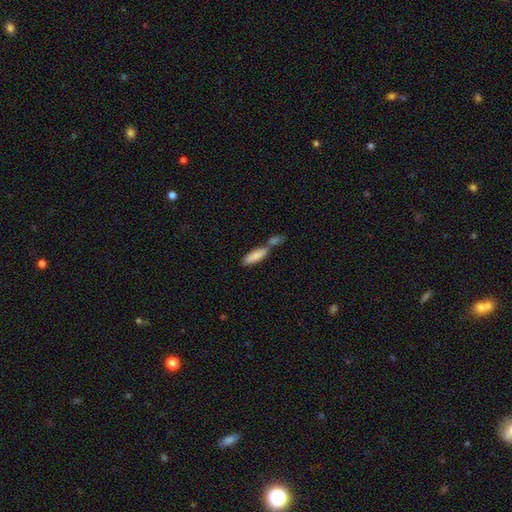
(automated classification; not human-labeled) A smooth galaxy with no disk features (82%) that is cigar-shaped (53%). Merging: merger (43%).